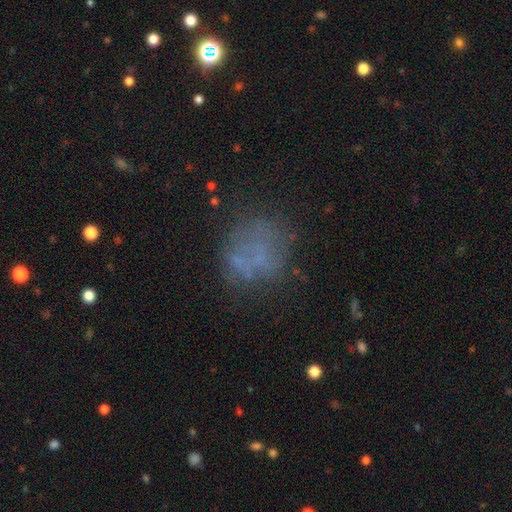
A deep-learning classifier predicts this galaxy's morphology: Q: Smooth or featured?
A: smooth (46%); runner-up: featured or disk (32%)
Q: Merging?
A: none (61%); runner-up: minor disturbance (18%)